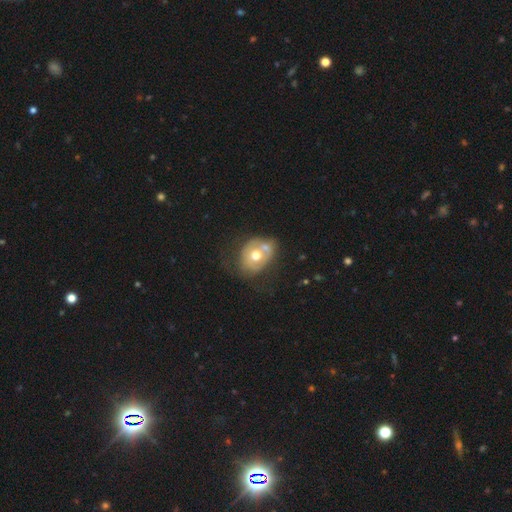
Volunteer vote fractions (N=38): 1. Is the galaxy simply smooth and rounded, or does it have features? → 47% smooth (tied), 47% featured or disk (tied), 5% star or artifact.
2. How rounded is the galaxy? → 61% round, 39% in between, 0% cigar-shaped.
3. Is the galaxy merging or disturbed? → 36% none, 31% minor disturbance, 28% major disturbance, 6% merger.